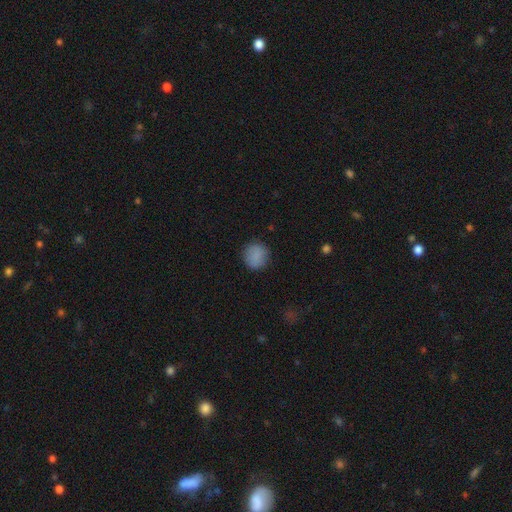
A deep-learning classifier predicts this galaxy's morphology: Smooth or featured? smooth (86%)
How rounded? round (90%)
Merging? none (87%)